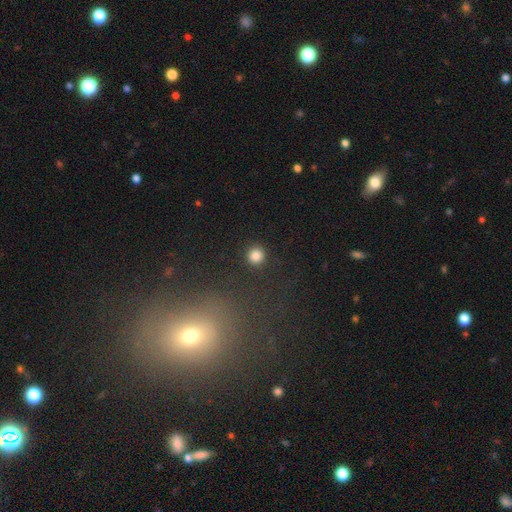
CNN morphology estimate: Smooth or featured? smooth (84%)
How rounded? round (94%)
Merging? none (91%)